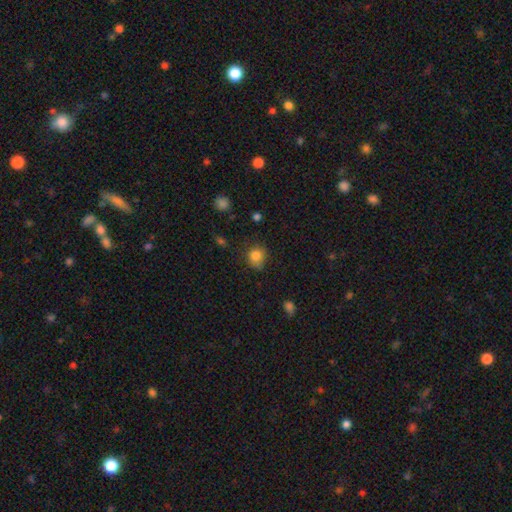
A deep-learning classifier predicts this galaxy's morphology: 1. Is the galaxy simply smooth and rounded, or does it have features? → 82% smooth, 11% star or artifact, 6% featured or disk.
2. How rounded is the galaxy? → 77% round, 22% in between, 1% cigar-shaped.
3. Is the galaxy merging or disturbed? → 63% none, 28% minor disturbance, 7% major disturbance, 3% merger.